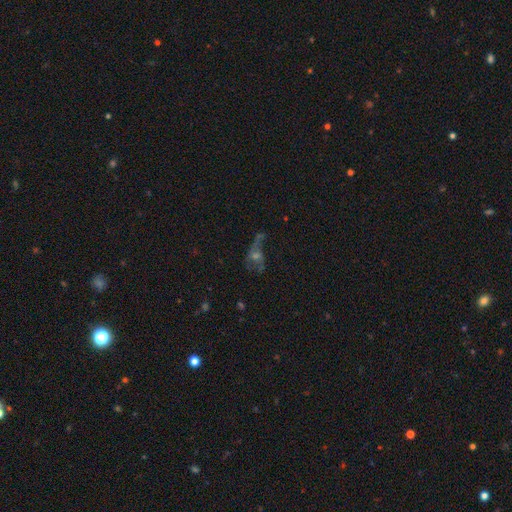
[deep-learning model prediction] The model was most divided on "merging": major disturbance: 40%, none: 34%, minor disturbance: 16%, merger: 10%. More confident: edge-on disk — no (91%); smooth or featured — featured or disk (53%).